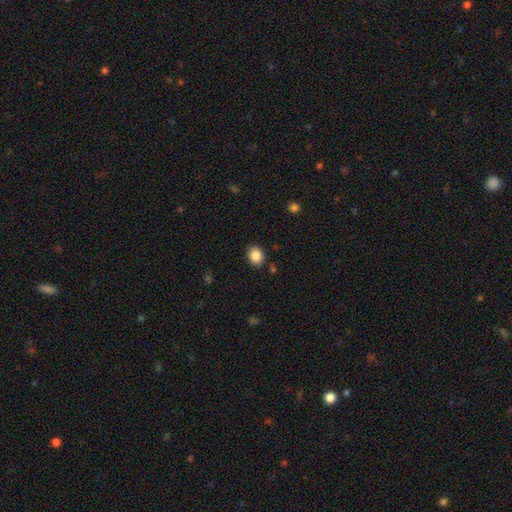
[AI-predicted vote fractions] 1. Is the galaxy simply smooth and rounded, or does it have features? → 87% smooth, 9% star or artifact, 4% featured or disk.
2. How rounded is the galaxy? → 51% round, 48% in between, 1% cigar-shaped.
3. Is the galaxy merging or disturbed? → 87% none, 9% minor disturbance, 2% major disturbance, 2% merger.